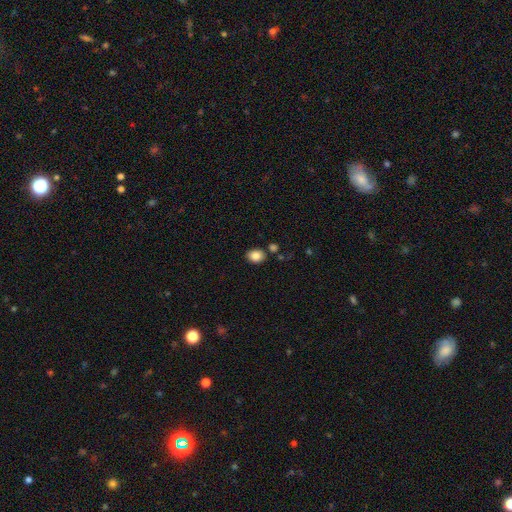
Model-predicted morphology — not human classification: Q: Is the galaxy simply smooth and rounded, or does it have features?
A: smooth — 86%.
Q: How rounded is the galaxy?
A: in between — 61%.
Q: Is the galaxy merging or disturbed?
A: none — 78%.